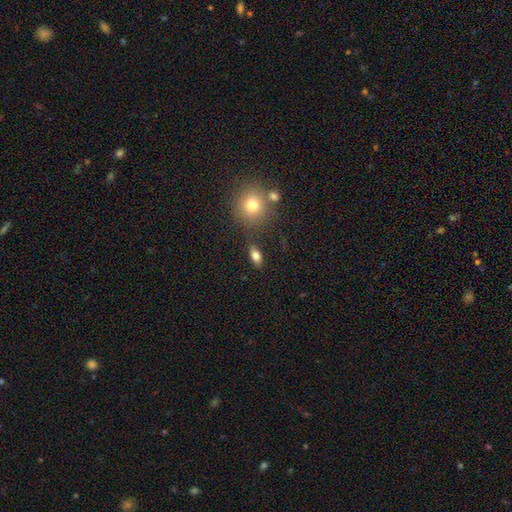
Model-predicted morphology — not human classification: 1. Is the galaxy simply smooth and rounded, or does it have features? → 80% smooth, 10% star or artifact, 9% featured or disk.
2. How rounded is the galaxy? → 84% in between, 10% round, 6% cigar-shaped.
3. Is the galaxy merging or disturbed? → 79% none, 12% minor disturbance, 5% merger, 4% major disturbance.